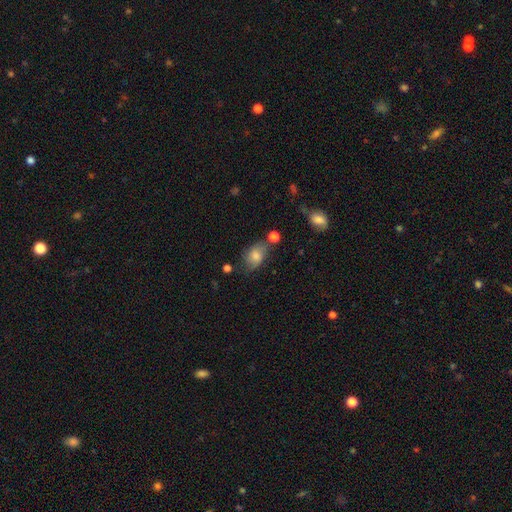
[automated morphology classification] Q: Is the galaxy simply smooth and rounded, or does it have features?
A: smooth — 71%.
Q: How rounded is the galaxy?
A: in between — 81%.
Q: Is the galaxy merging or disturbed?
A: none — 55%.